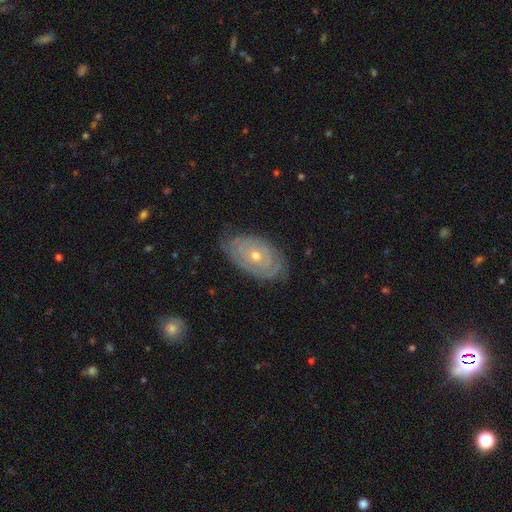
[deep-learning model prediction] Morphology: type=featured or disk (77%); edge-on=no (94%); bar=no (86%); spiral arms=yes (77%); winding=tight (83%); arm count=can't tell (56%); bulge=small (50%); merging=none (75%).